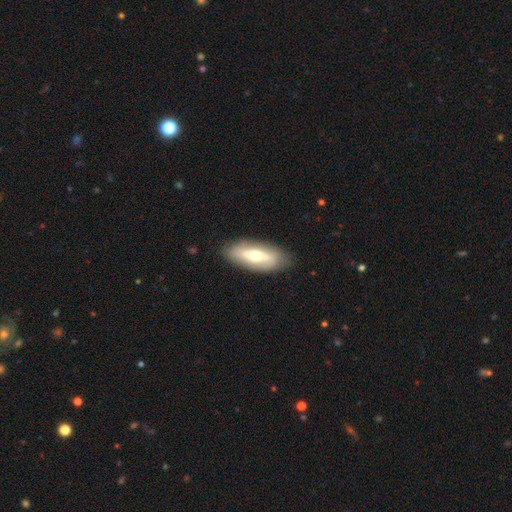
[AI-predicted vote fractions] Overall: featured or disk (52%; smooth 42%). Edge-on disk: no (71%). Merging: none (84%).